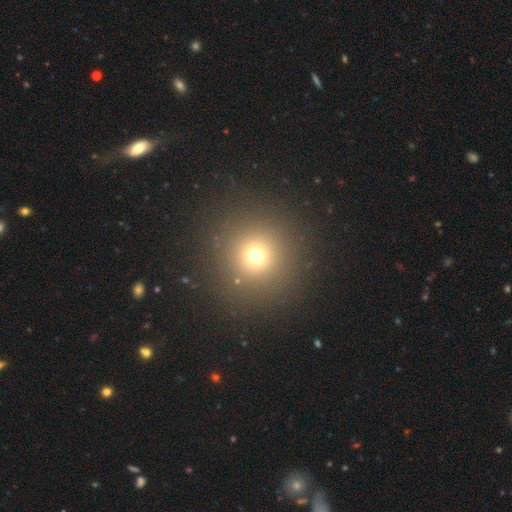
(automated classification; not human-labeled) smooth-or-featured: smooth: 69% | star or artifact: 22% | featured or disk: 9%
  how-rounded: round: 94% | in between: 5% | cigar-shaped: 1%
  merging: none: 87% | minor disturbance: 6% | major disturbance: 5% | merger: 2%